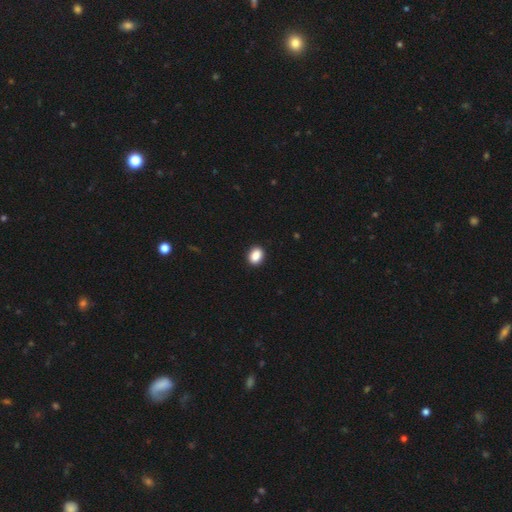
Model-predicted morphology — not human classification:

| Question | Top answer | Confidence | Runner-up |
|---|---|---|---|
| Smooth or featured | smooth | 88% | star or artifact (8%) |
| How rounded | in between | 61% | round (38%) |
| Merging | none | 91% | minor disturbance (6%) |